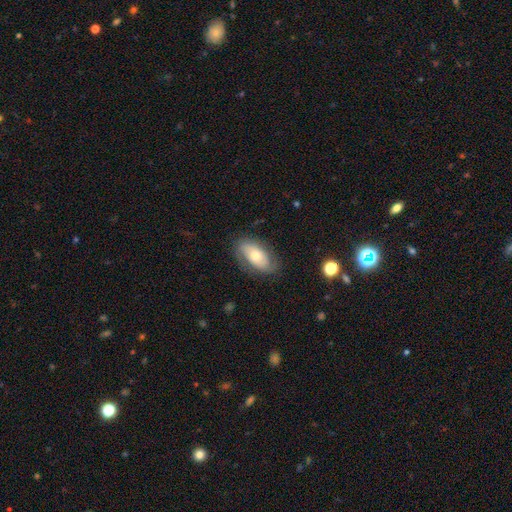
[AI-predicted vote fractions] smooth-or-featured: smooth: 52% | featured or disk: 41% | star or artifact: 7%
  how-rounded: in between: 91% | round: 4% | cigar-shaped: 4%
  merging: none: 74% | minor disturbance: 18% | major disturbance: 6% | merger: 1%